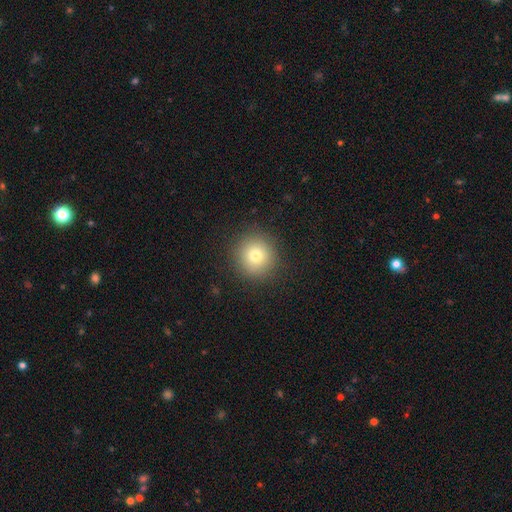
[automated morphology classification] type=smooth (76%); roundness=round (95%); merging=none (90%).